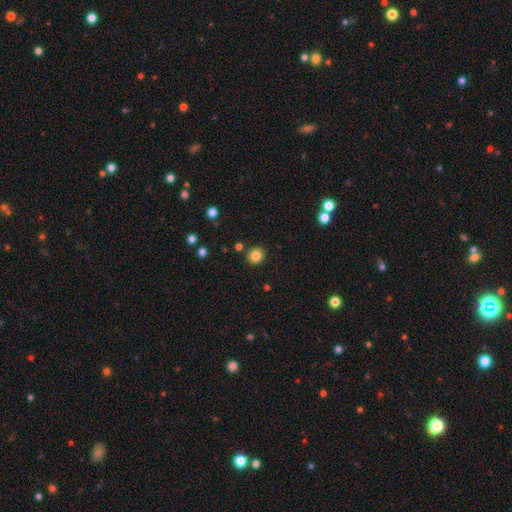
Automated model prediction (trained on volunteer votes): A smooth galaxy with no disk features (83%) that is round (87%).

Vote fractions:
- Smooth or featured? smooth: 83% / star or artifact: 11% / featured or disk: 6%
- How rounded? round: 87% / in between: 12% / cigar-shaped: 1%
- Merging? none: 89% / minor disturbance: 6% / merger: 3% / major disturbance: 2%